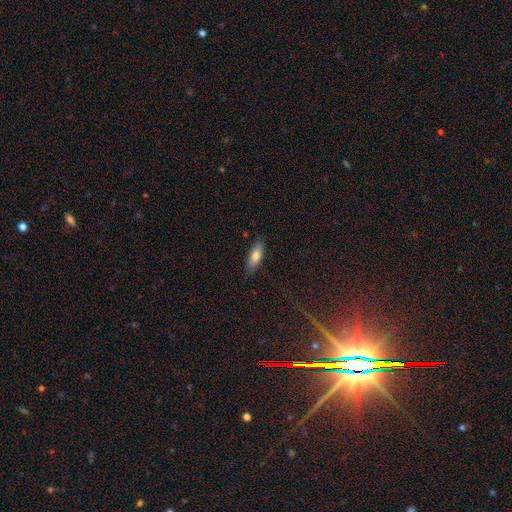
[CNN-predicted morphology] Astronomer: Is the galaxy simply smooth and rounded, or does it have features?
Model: smooth — 79%.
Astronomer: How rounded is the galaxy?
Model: in between — 69%.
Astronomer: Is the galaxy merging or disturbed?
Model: none — 83%.